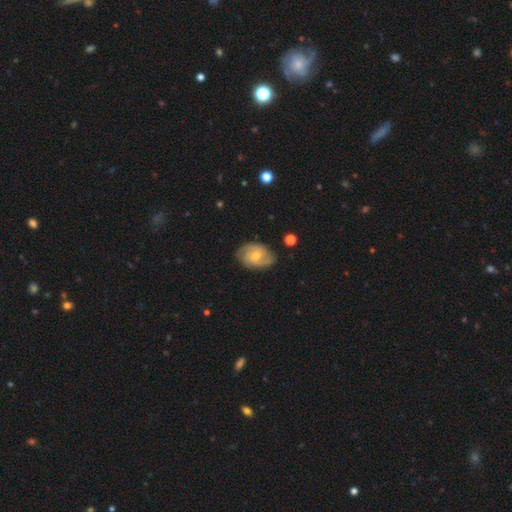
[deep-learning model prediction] Overall: featured or disk (70%). Edge-on disk: no (96%). Bar: no (65%; weak 30%). Spiral arms: yes (91%). Spiral arm count: 2 (42%; can't tell 24%). Spiral winding: tight (46%; medium 41%). Bulge size: small (52%; moderate 44%). Merging: none (77%).